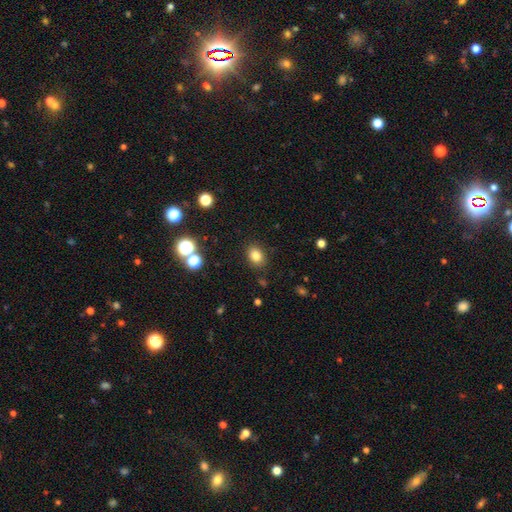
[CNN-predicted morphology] This appears to be a smooth galaxy with no disk features (82%) that is in between round and cigar-shaped (61%). Merging: none (87%).